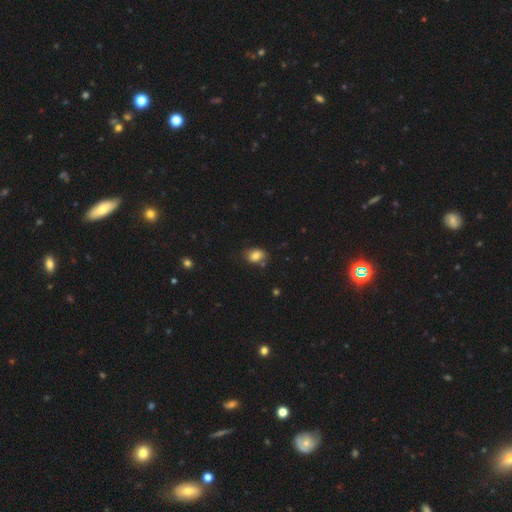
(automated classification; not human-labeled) Overall: smooth (81%). How rounded: in between (71%). Merging: none (72%).